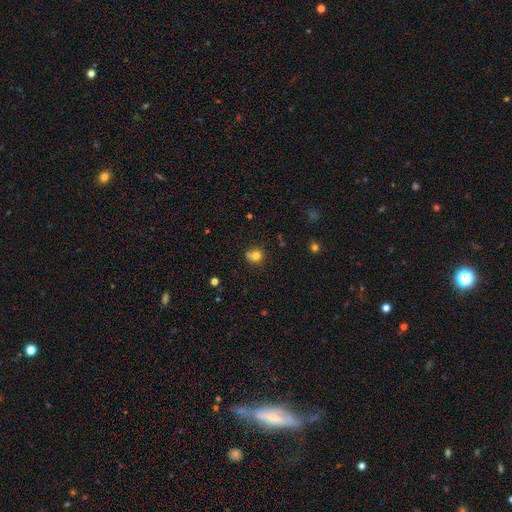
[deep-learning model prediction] Smooth or featured? smooth (77%)
How rounded? round (87%)
Merging? none (65%)